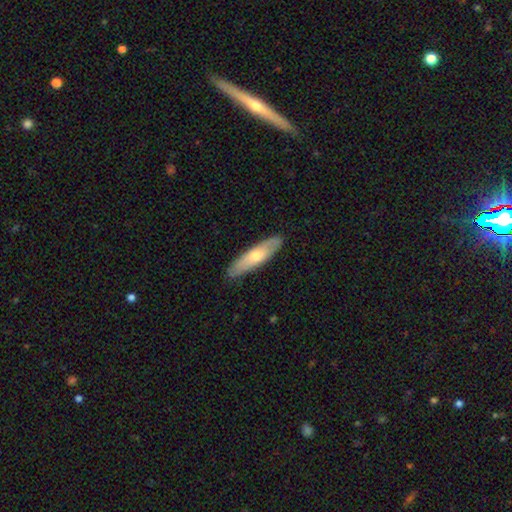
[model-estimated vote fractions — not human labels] Morphology: type=smooth (59%); roundness=cigar-shaped (68%); merging=none (86%).